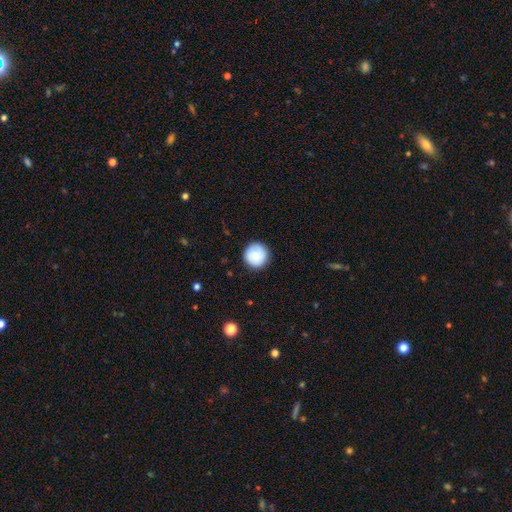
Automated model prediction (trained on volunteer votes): smooth_or_featured: smooth (p=0.85) [alt: featured or disk p=0.08]
how_rounded: round (p=0.96) [alt: in between p=0.03]
merging: none (p=0.90) [alt: minor disturbance p=0.07]